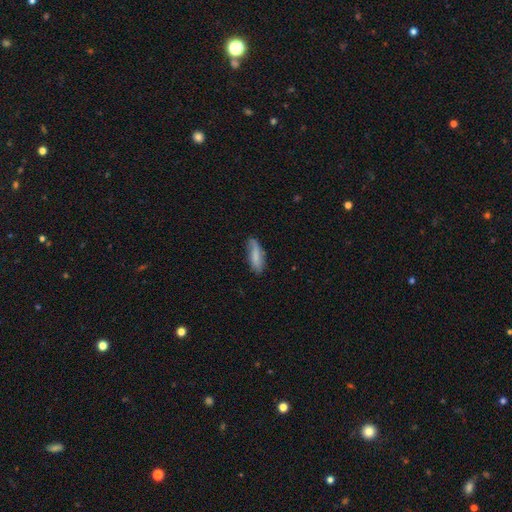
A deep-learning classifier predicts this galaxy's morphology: A smooth galaxy with no disk features (72%) that is in between round and cigar-shaped (55%). Merging: none (62%).